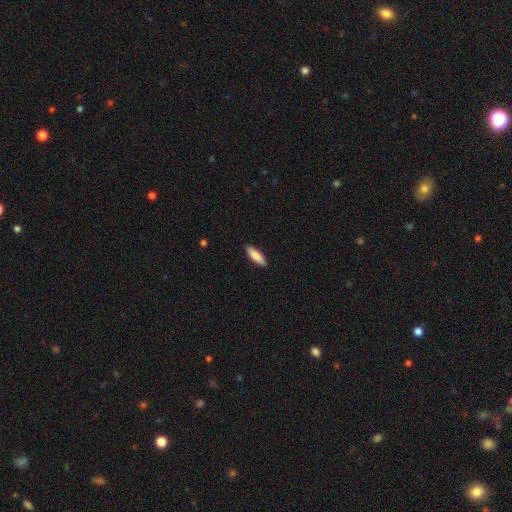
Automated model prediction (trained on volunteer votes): A smooth galaxy with no disk features (87%) that is cigar-shaped (51%). Merging: none (90%).